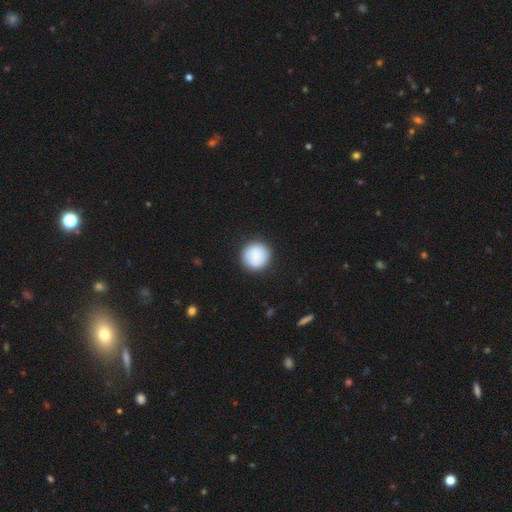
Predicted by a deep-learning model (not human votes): Smooth or featured: smooth — 89% (star or artifact — 7%)
How rounded: round — 95% (in between — 4%)
Merging: none — 91% (minor disturbance — 6%)